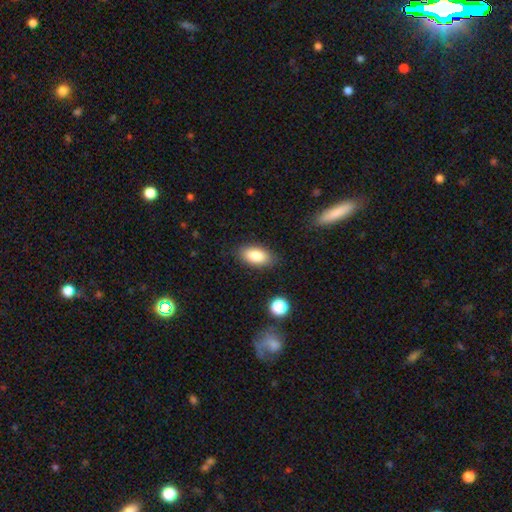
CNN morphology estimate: Q: Smooth or featured?
A: smooth (85%); runner-up: featured or disk (8%)
Q: How rounded?
A: in between (91%); runner-up: cigar-shaped (5%)
Q: Merging?
A: none (85%); runner-up: minor disturbance (11%)